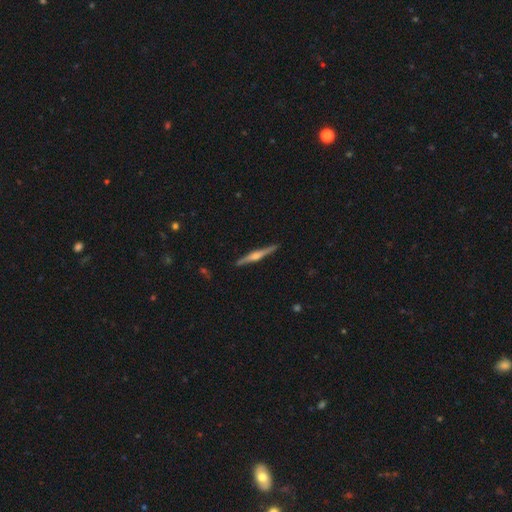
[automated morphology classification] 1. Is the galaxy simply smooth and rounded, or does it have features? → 78% featured or disk, 17% smooth, 5% star or artifact.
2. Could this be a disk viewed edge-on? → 98% yes, 2% no.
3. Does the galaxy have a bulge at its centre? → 85% rounded, 9% boxy, 7% none.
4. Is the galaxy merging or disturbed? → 91% none, 6% minor disturbance, 1% major disturbance, 1% merger.